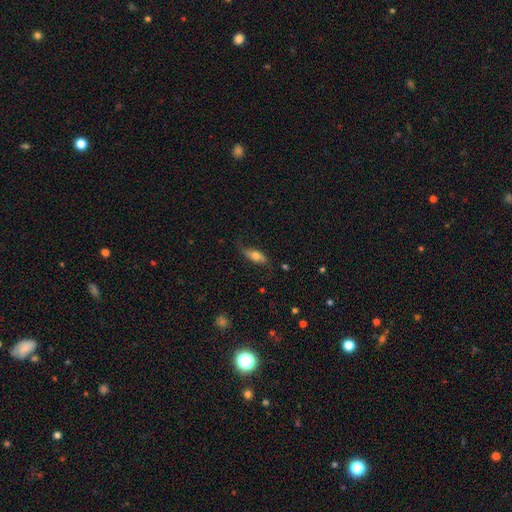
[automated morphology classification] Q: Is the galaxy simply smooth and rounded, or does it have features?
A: smooth — 52%.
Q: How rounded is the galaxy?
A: in between — 71%.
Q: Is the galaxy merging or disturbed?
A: none — 67%.